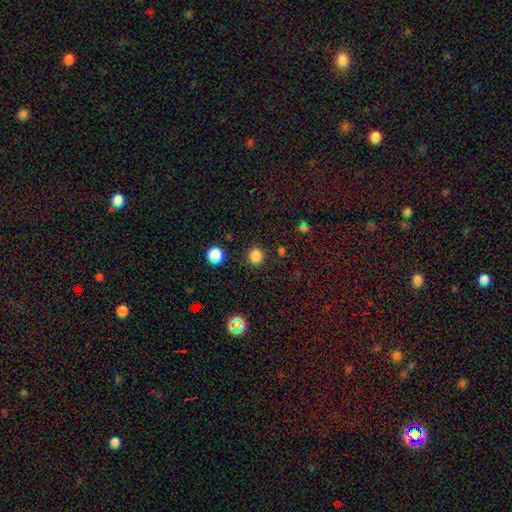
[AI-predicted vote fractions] This is clearly a smooth galaxy (82%). How rounded: clearly round (92%). Merging: clearly none (91%).